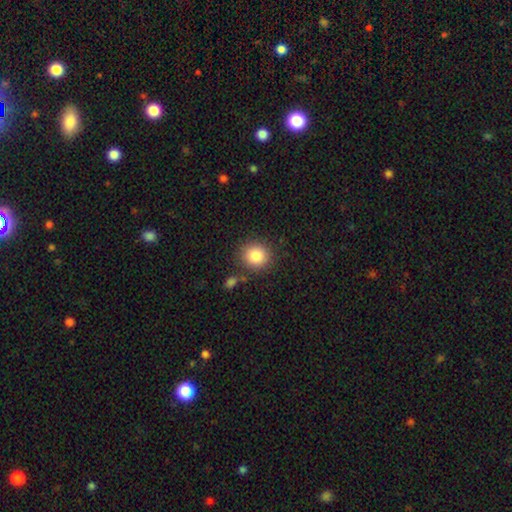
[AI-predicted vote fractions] A smooth galaxy with no disk features (85%) that is round (83%). Merging: none (83%).